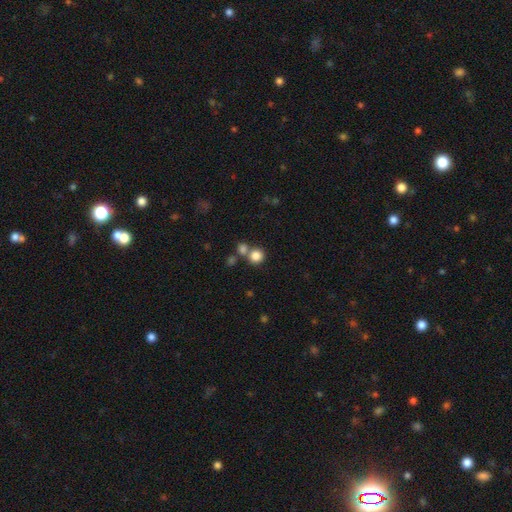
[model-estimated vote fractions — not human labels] The model was most divided on "merging": none: 61%, merger: 27%, minor disturbance: 8%, major disturbance: 4%. More confident: how rounded — round (90%); smooth or featured — smooth (82%).